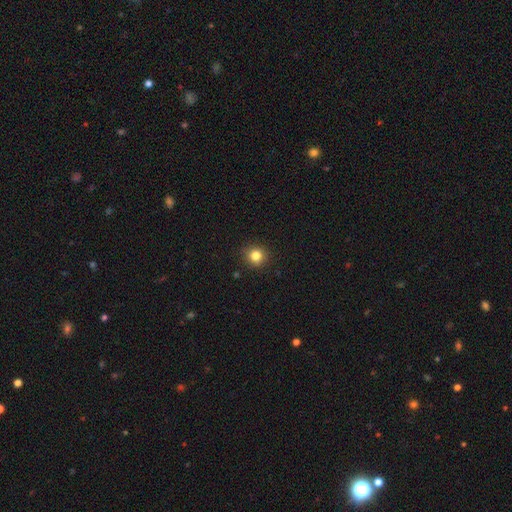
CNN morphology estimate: Overall: smooth (82%). How rounded: round (90%). Merging: none (91%).